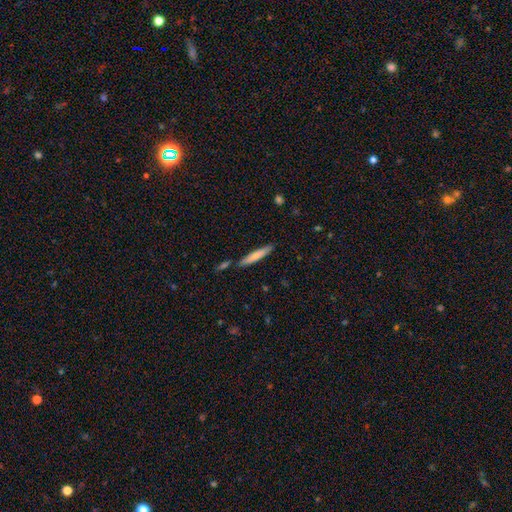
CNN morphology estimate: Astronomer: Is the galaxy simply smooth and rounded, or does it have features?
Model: smooth — 68%.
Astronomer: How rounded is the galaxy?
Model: cigar-shaped — 91%.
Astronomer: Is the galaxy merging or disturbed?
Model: none — 79%.